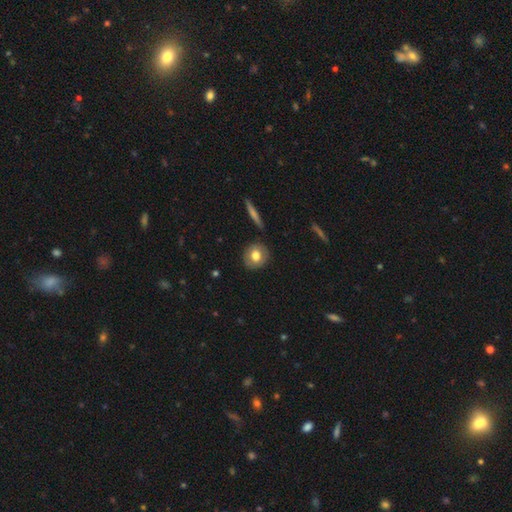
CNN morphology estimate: Smooth or featured: smooth — 68% (featured or disk — 25%)
How rounded: round — 79% (in between — 19%)
Merging: none — 87% (minor disturbance — 9%)